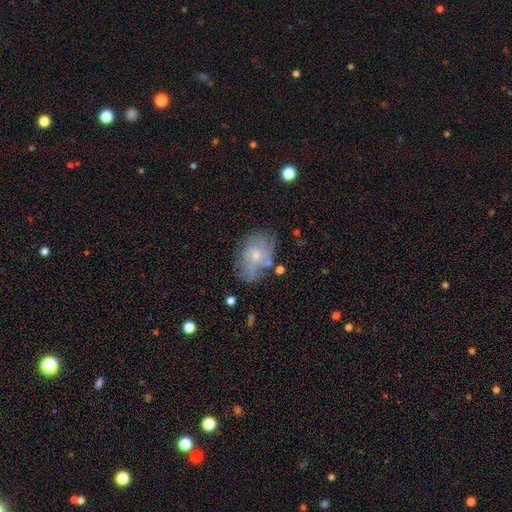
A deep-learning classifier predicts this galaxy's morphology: Smooth or featured? featured or disk (63%)
Edge-on disk? no (96%)
Bar? no (72%)
Spiral arms? yes (72%)
Bulge size? small (65%)
Merging? none (61%)